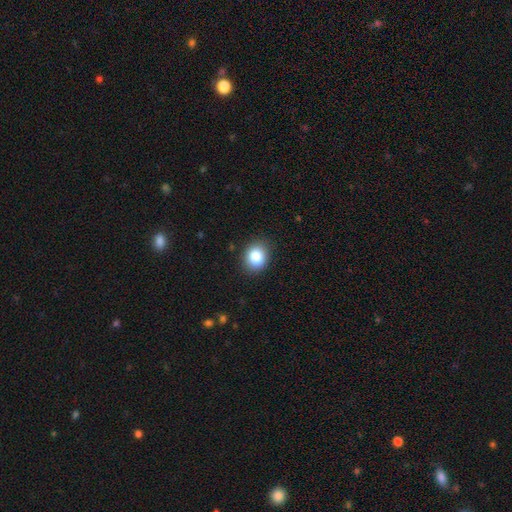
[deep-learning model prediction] This appears to be a smooth galaxy with no disk features (85%) that is round (53%). Merging: none (87%).